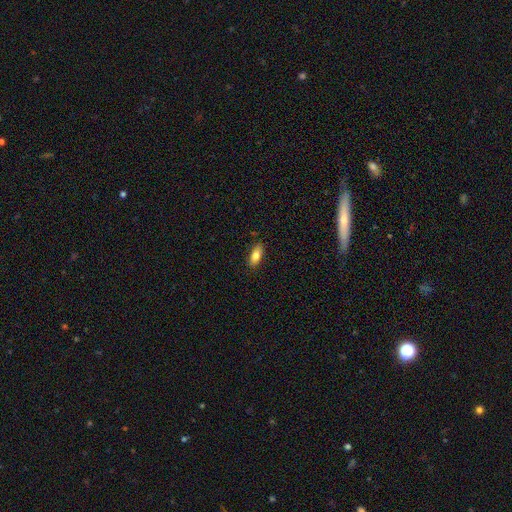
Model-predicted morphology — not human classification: This appears to be a smooth galaxy with no disk features (82%) that is in between round and cigar-shaped (85%). Merging: none (86%).